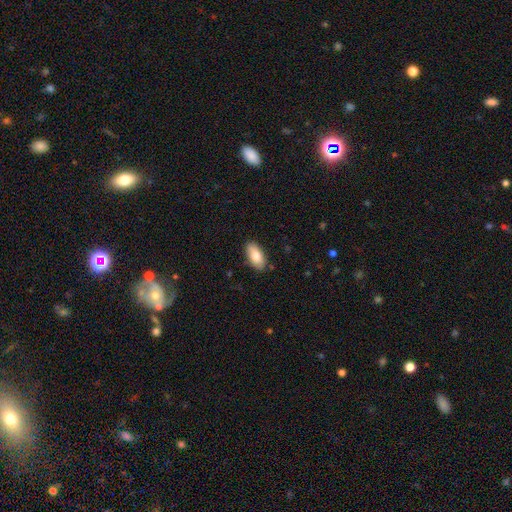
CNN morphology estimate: Q: Smooth or featured?
A: smooth (82%); runner-up: featured or disk (11%)
Q: How rounded?
A: in between (91%); runner-up: cigar-shaped (6%)
Q: Merging?
A: none (85%); runner-up: minor disturbance (11%)